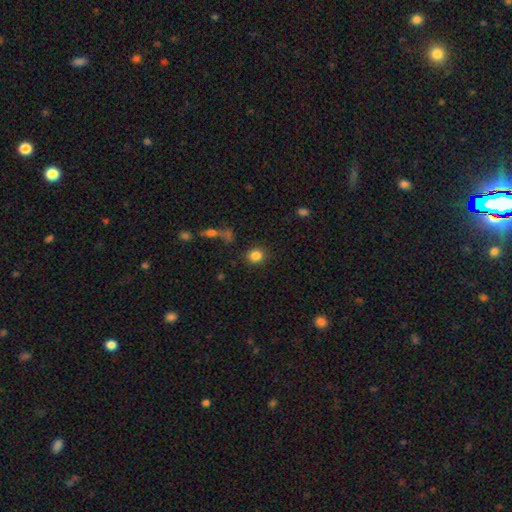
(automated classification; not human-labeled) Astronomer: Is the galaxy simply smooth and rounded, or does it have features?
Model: smooth — 85%.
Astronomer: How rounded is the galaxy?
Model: round — 82%.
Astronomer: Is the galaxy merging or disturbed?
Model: none — 86%.